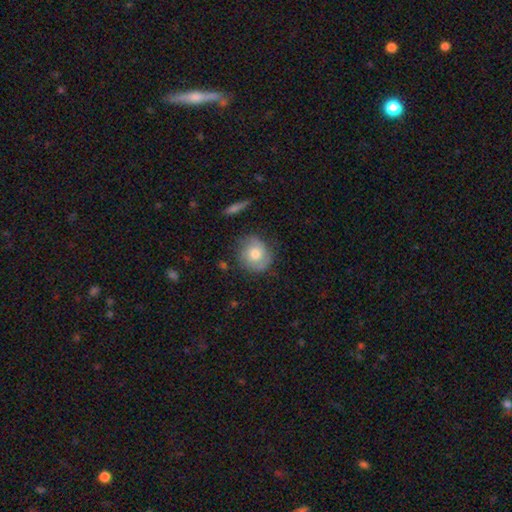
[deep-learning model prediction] smooth_or_featured: featured or disk (p=0.54) [alt: smooth p=0.39]
disk_edge_on: no (p=0.97) [alt: yes p=0.03]
bar: no (p=0.76) [alt: weak p=0.21]
has_spiral_arms: yes (p=0.87) [alt: no p=0.13]
bulge_size: moderate (p=0.63) [alt: small p=0.16]
merging: none (p=0.73) [alt: minor disturbance p=0.18]